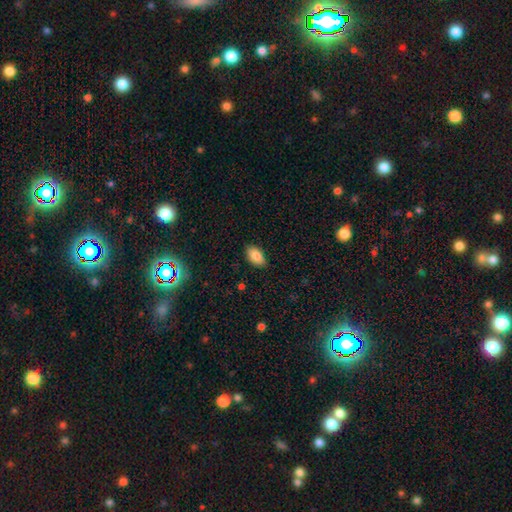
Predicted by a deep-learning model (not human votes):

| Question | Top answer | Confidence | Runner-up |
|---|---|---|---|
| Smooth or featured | smooth | 85% | star or artifact (8%) |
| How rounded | in between | 94% | round (4%) |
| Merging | none | 87% | minor disturbance (10%) |